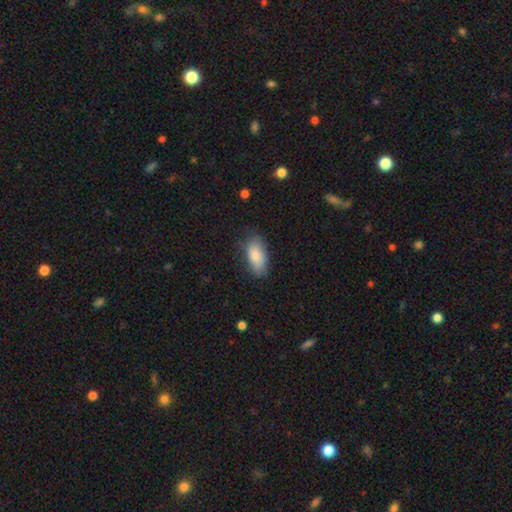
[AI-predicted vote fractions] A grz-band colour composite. It shows a smooth galaxy with no disk features (85%) that is in between round and cigar-shaped (91%). Merging: none (75%).